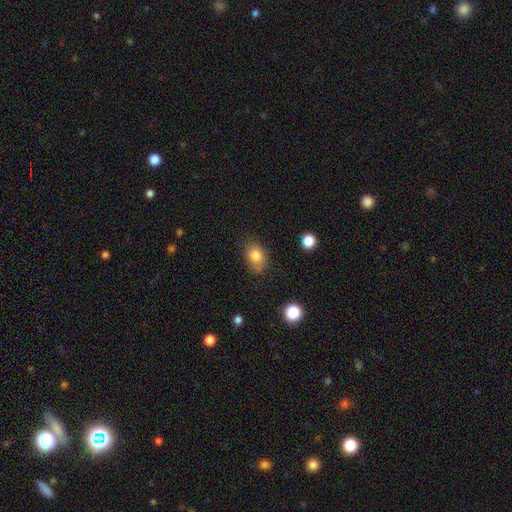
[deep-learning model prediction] A smooth galaxy with no disk features (82%) that is in between round and cigar-shaped (72%). Merging: none (71%).